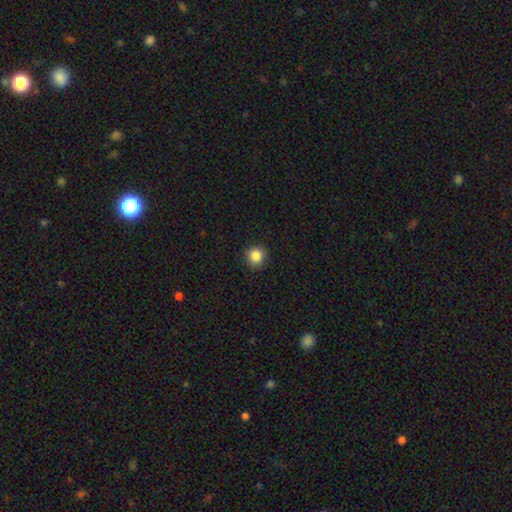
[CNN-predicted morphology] A smooth galaxy with no disk features (86%) that is round (92%).

Vote fractions:
- Smooth or featured? smooth: 86% / star or artifact: 10% / featured or disk: 3%
- How rounded? round: 92% / in between: 7% / cigar-shaped: 1%
- Merging? none: 91% / minor disturbance: 7% / major disturbance: 2% / merger: 1%